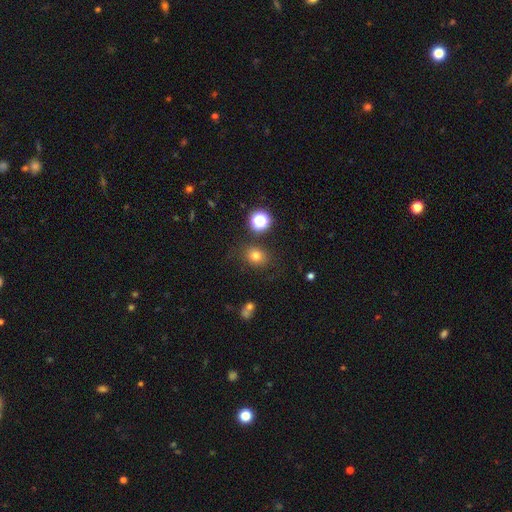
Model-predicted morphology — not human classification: A smooth galaxy with no disk features (74%) that is round (60%).

Vote fractions:
- Smooth or featured? smooth: 74% / star or artifact: 17% / featured or disk: 9%
- How rounded? round: 60% / in between: 39% / cigar-shaped: 1%
- Merging? none: 82% / minor disturbance: 11% / major disturbance: 4% / merger: 4%